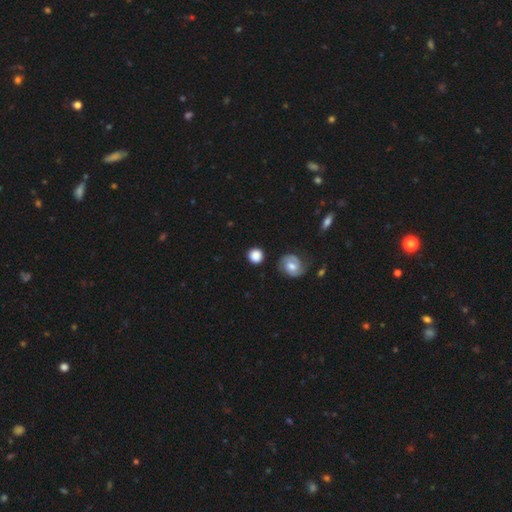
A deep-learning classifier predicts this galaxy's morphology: Overall: smooth (82%). How rounded: round (91%). Merging: none (85%).